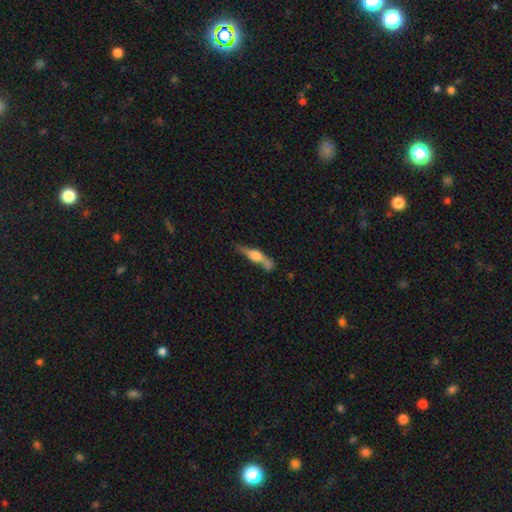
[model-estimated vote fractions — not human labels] Morphology: type=featured or disk (57%); edge-on=yes (92%); edge-on bulge=rounded (87%); merging=none (58%).